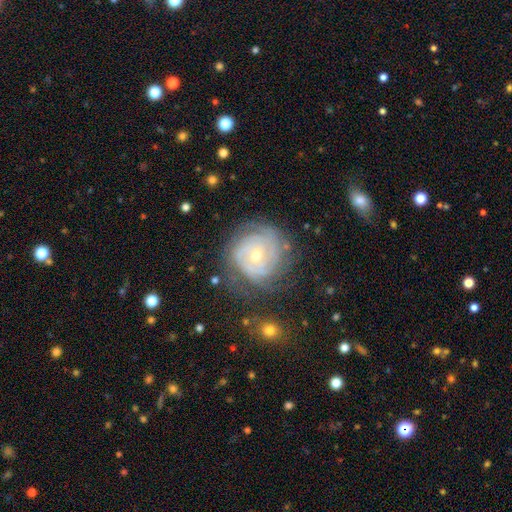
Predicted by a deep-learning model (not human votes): featured or disk 82%, smooth 12%, star or artifact 6%. Down the decision tree: edge-on disk — no (98%); bar — no (67%); spiral arms — yes (93%); spiral arm count — can't tell (36%); spiral winding — tight (77%); bulge size — small (51%); merging — none (70%).